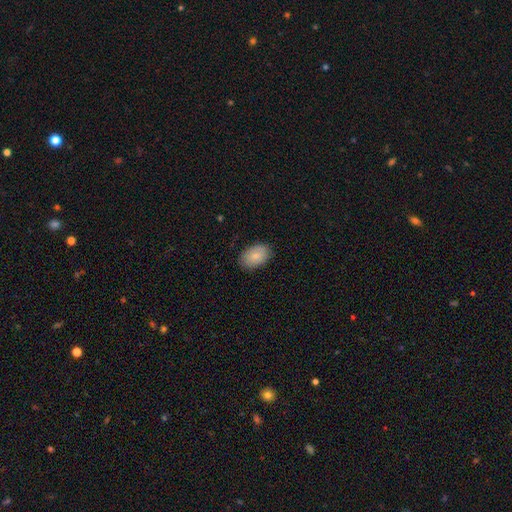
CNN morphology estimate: This is clearly a smooth galaxy (83%). How rounded: clearly in between (89%). Merging: clearly none (85%).